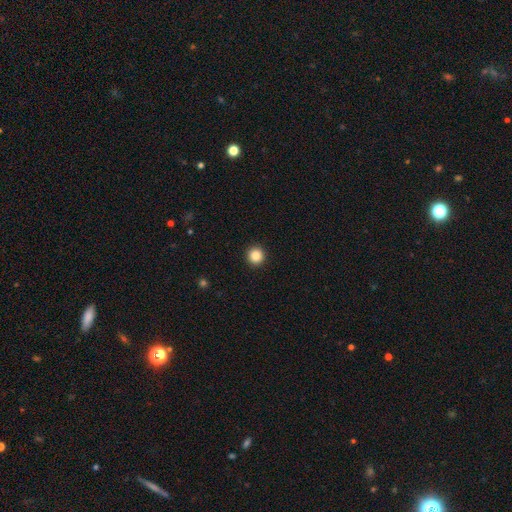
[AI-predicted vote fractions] A smooth galaxy with no disk features (86%) that is round (95%).

Vote fractions:
- Smooth or featured? smooth: 86% / star or artifact: 10% / featured or disk: 4%
- How rounded? round: 95% / in between: 4% / cigar-shaped: 1%
- Merging? none: 93% / minor disturbance: 4% / major disturbance: 2% / merger: 1%